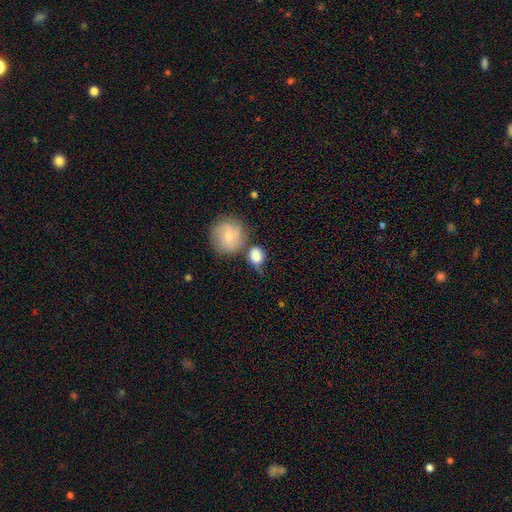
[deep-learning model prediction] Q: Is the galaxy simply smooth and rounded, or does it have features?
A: smooth — 79%.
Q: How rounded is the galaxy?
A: round — 62%.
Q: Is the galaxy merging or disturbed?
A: none — 43%.